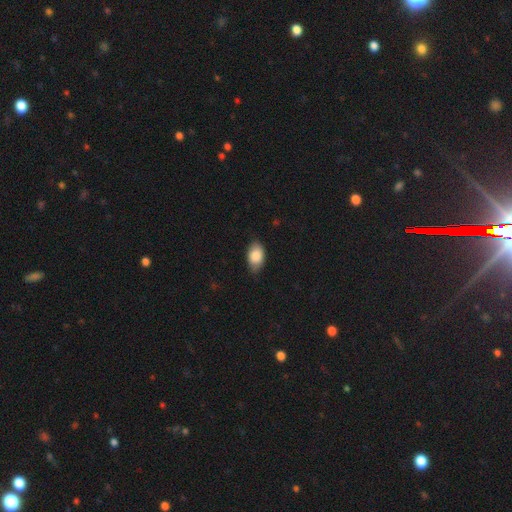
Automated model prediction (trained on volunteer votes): smooth 86%, featured or disk 8%, star or artifact 6%. Down the decision tree: how rounded — in between (92%); merging — none (78%).